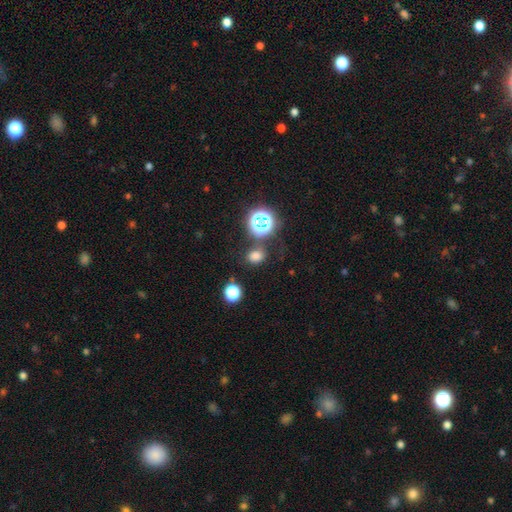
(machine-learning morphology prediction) The model was most divided on "how rounded": round: 52%, in between: 47%, cigar-shaped: 1%. More confident: merging — none (74%); smooth or featured — smooth (72%).